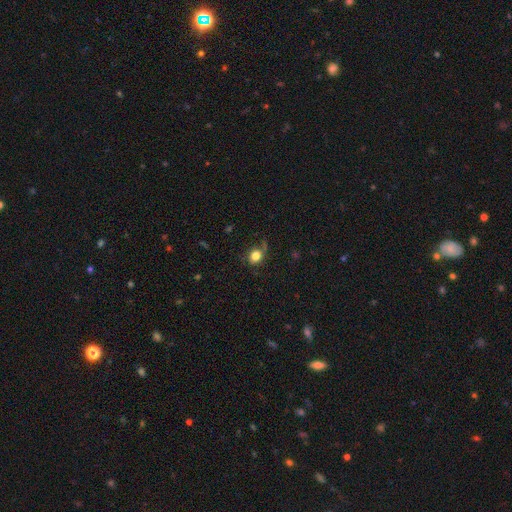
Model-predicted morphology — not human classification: smooth-or-featured: smooth: 80% | star or artifact: 10% | featured or disk: 10%
  how-rounded: round: 63% | in between: 36% | cigar-shaped: 1%
  merging: none: 62% | minor disturbance: 24% | major disturbance: 11% | merger: 3%